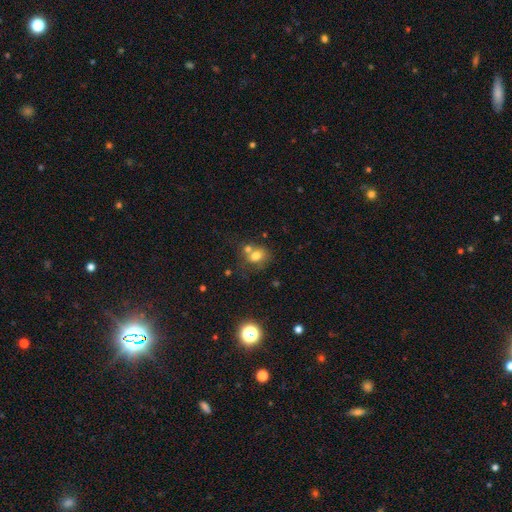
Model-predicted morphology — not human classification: This appears to be a smooth galaxy with no disk features (73%) that is round (53%). Merging: merger (42%).